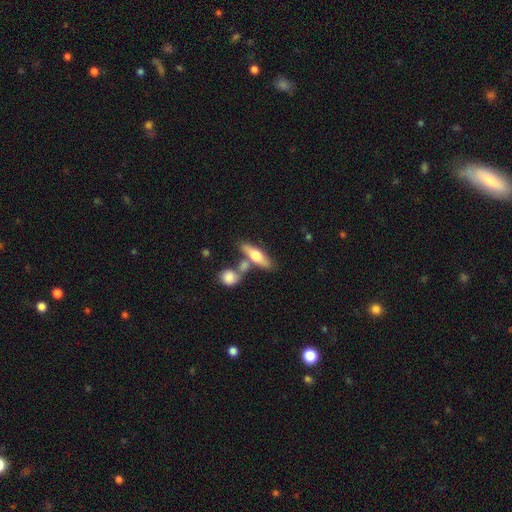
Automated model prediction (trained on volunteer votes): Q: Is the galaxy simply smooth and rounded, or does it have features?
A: smooth — 53%.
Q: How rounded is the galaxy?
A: cigar-shaped — 51%.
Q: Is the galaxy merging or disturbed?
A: none — 58%.